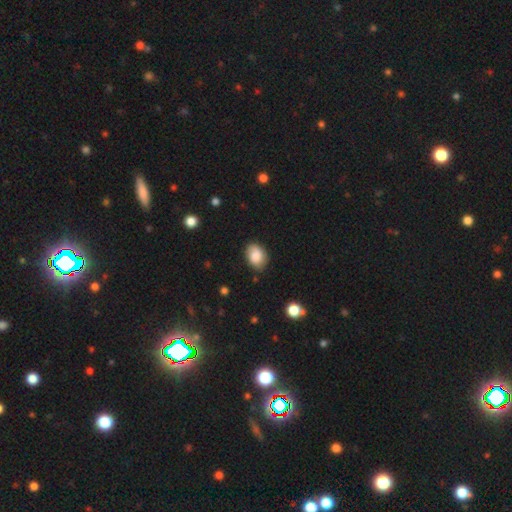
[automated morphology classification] This is clearly a smooth galaxy (84%). How rounded: likely in between (78%). Merging: likely none (80%).